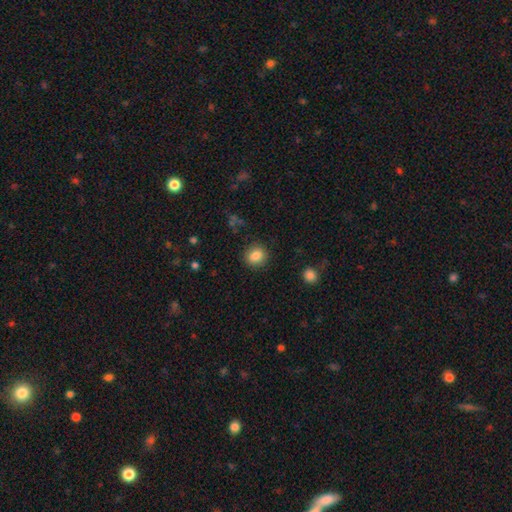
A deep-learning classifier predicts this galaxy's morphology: A smooth galaxy with no disk features (85%) that is round (77%). Merging: none (88%).